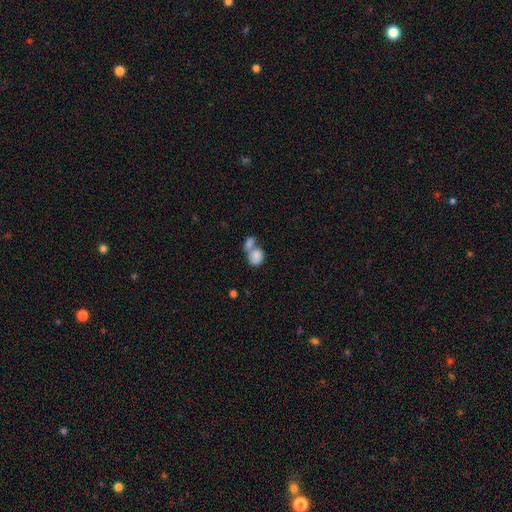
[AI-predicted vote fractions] A smooth galaxy with no disk features (81%) that is round (53%). Merging: merger (67%).